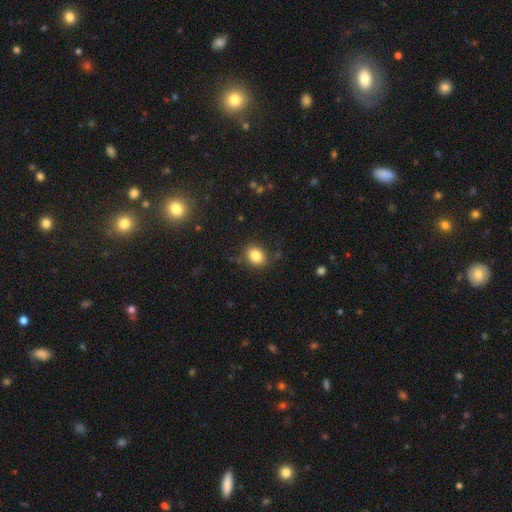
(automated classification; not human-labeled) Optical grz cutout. It shows a smooth galaxy with no disk features (84%) that is round (54%). Merging: none (83%).